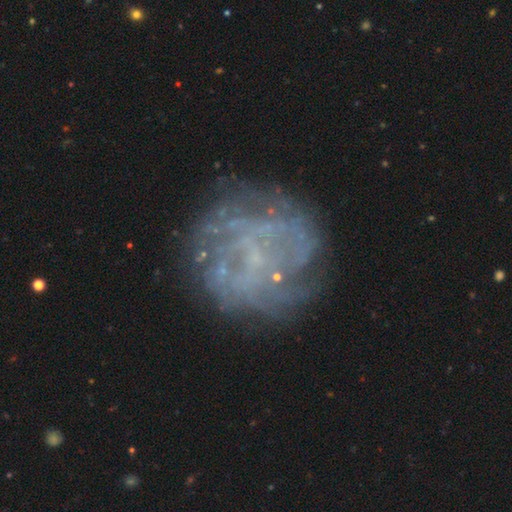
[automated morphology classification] smooth_or_featured: featured or disk (p=0.69) [alt: smooth p=0.18]
disk_edge_on: no (p=0.98) [alt: yes p=0.02]
bar: no (p=0.73) [alt: weak p=0.21]
has_spiral_arms: no (p=0.51) [alt: yes p=0.49]
bulge_size: none (p=0.58) [alt: small p=0.35]
merging: none (p=0.71) [alt: minor disturbance p=0.14]